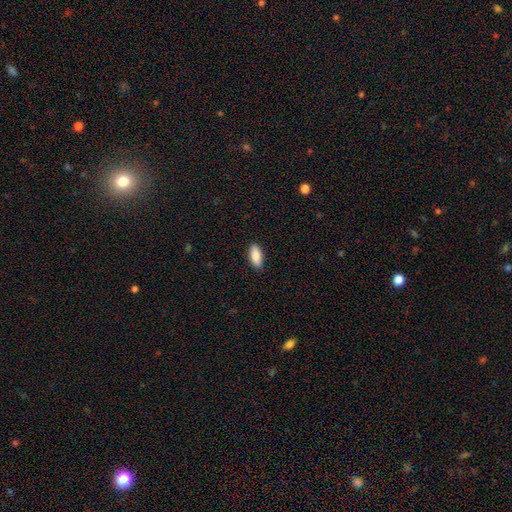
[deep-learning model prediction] Q: Smooth or featured?
A: smooth (87%); runner-up: featured or disk (7%)
Q: How rounded?
A: in between (84%); runner-up: cigar-shaped (14%)
Q: Merging?
A: none (86%); runner-up: minor disturbance (11%)